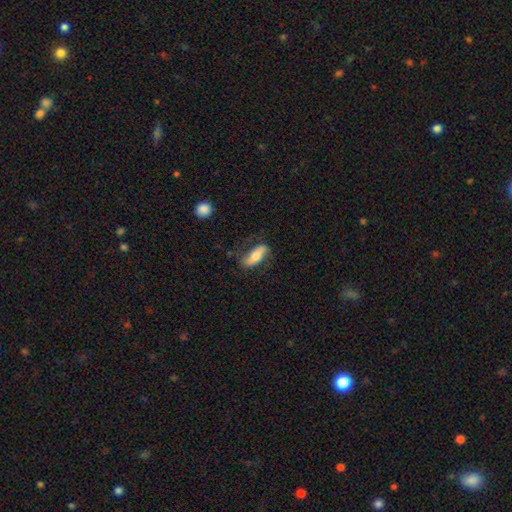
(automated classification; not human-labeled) Smooth or featured? Predicted: smooth (p=0.53). How rounded? Predicted: in between (p=0.66). Merging? Predicted: none (p=0.68).